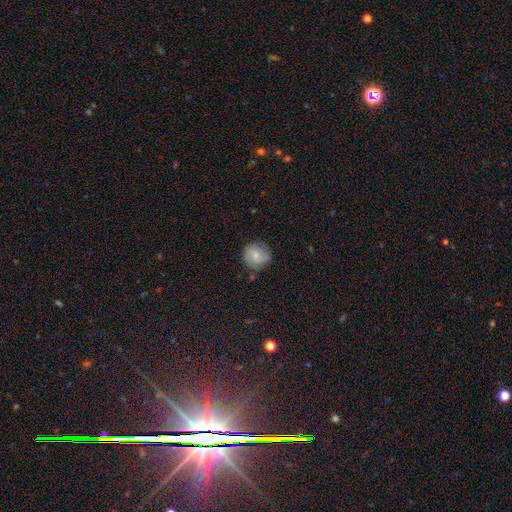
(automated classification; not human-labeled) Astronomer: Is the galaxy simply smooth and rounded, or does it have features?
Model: featured or disk — 48% (runner-up: smooth, 44%).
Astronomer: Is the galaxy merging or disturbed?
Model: none — 71%.